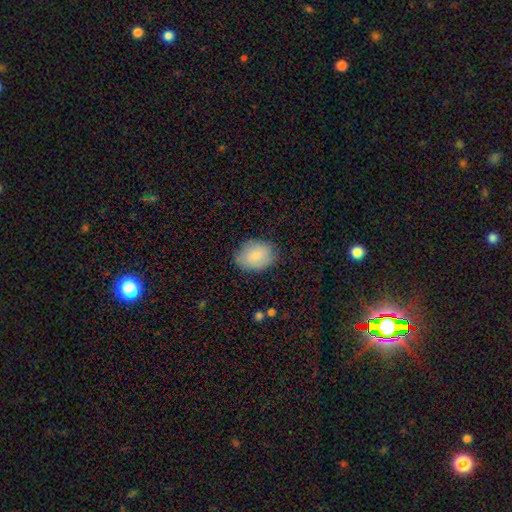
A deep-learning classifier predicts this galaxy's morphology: A smooth galaxy with no disk features (84%) that is in between round and cigar-shaped (69%). Merging: none (78%).